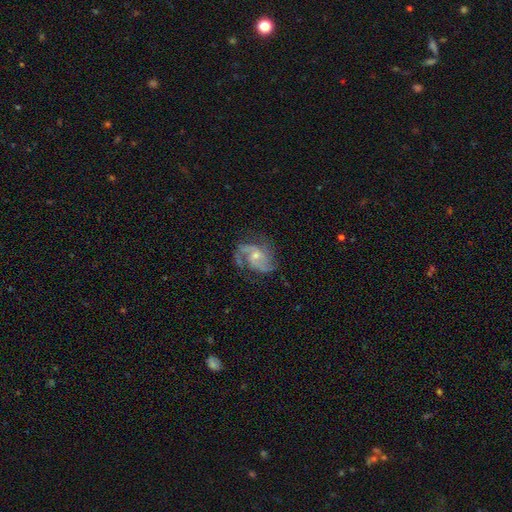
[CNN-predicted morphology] A featured or disk galaxy (86%) with no bar (57%), 2 (60%) medium (52%) spiral arms (96%) and a small central bulge (55%). Merging: none (65%).